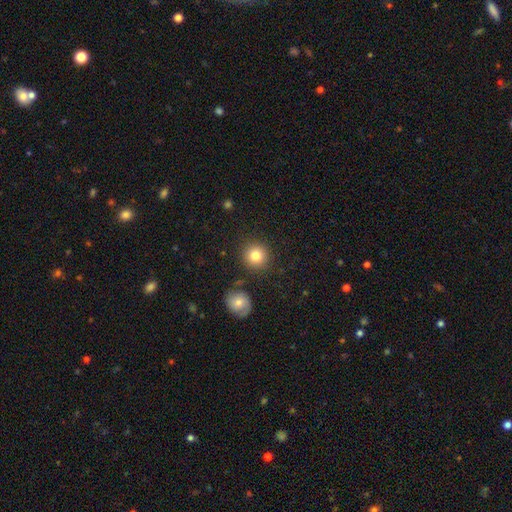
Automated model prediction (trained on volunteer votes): Morphology: type=smooth (83%); roundness=round (92%); merging=none (86%).